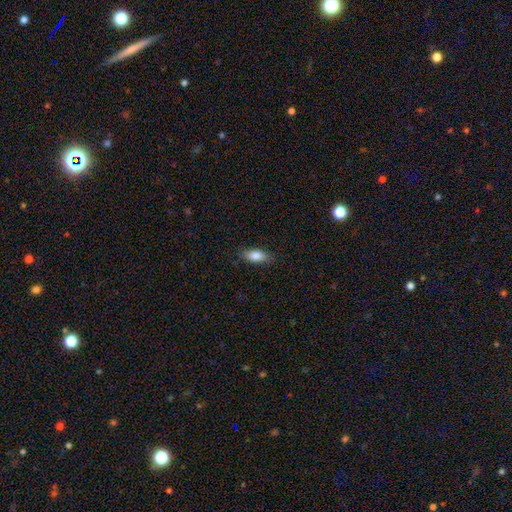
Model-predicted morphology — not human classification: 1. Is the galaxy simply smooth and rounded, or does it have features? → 83% smooth, 10% featured or disk, 7% star or artifact.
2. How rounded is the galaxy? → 83% in between, 14% cigar-shaped, 3% round.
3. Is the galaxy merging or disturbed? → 84% none, 12% minor disturbance, 3% major disturbance, 1% merger.